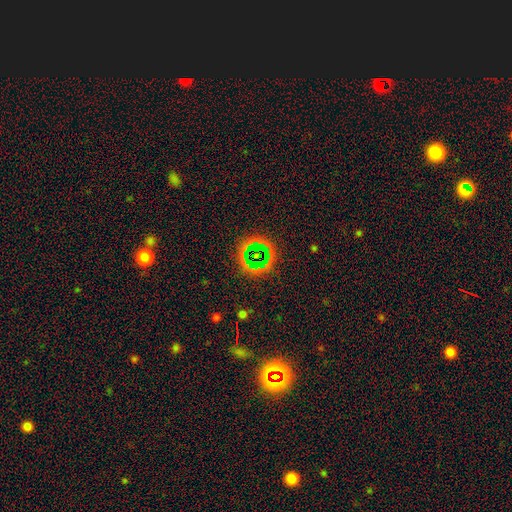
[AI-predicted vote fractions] This appears to be a star or artifact, not a galaxy (66%).